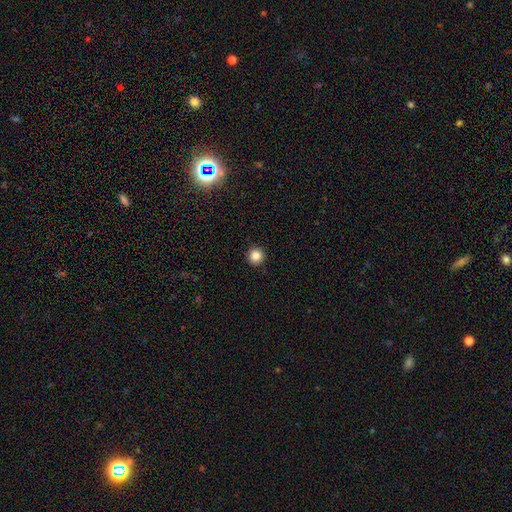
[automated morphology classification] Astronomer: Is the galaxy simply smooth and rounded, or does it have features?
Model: smooth — 86%.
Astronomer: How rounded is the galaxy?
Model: round — 96%.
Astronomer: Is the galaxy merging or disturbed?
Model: none — 93%.